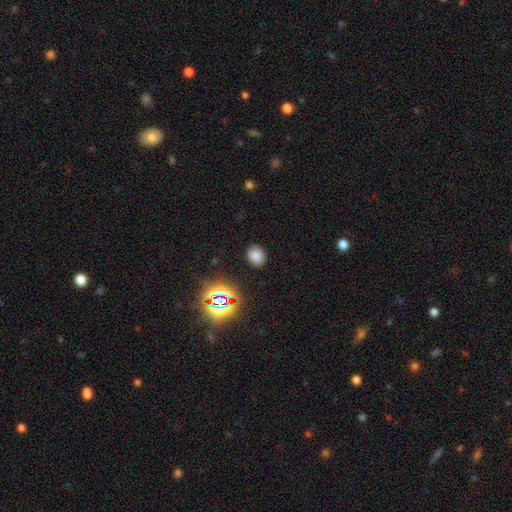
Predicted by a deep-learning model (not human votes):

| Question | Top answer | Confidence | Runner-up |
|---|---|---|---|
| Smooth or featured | smooth | 74% | star or artifact (20%) |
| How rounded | round | 51% | in between (48%) |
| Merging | none | 87% | minor disturbance (9%) |